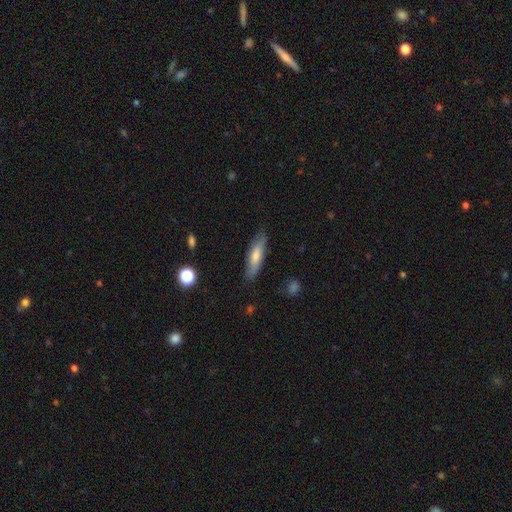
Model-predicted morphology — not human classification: Overall: smooth (64%; featured or disk 29%). How rounded: cigar-shaped (70%). Merging: none (83%).